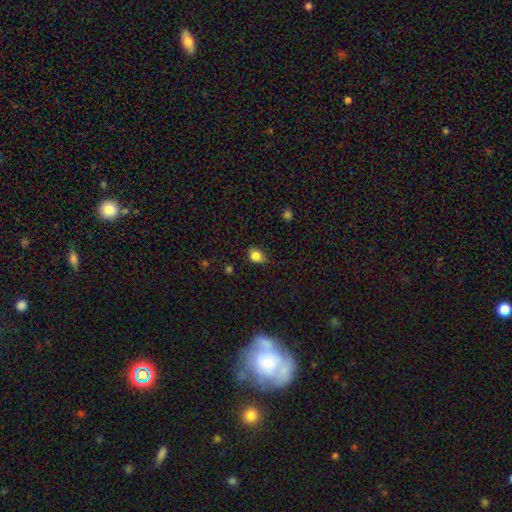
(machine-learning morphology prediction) Smooth or featured? Predicted: smooth (p=0.82). How rounded? Predicted: in between (p=0.54). Merging? Predicted: none (p=0.70).